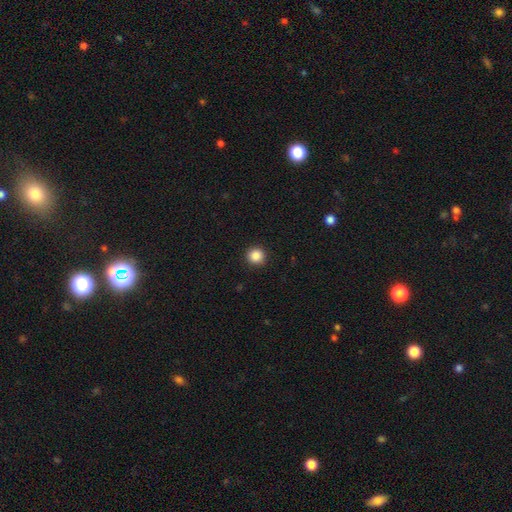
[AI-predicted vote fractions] Q: Smooth or featured?
A: smooth (87%); runner-up: star or artifact (10%)
Q: How rounded?
A: round (94%); runner-up: in between (5%)
Q: Merging?
A: none (92%); runner-up: minor disturbance (5%)